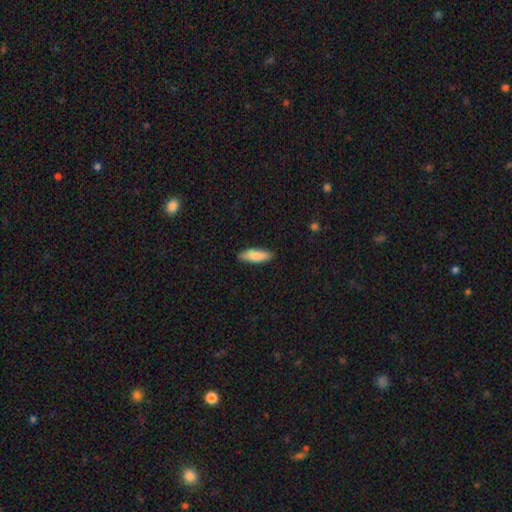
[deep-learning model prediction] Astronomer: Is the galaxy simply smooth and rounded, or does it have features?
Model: smooth — 86%.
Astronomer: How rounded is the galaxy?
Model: in between — 52% (runner-up: cigar-shaped, 46%).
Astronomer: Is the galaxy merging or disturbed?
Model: none — 88%.